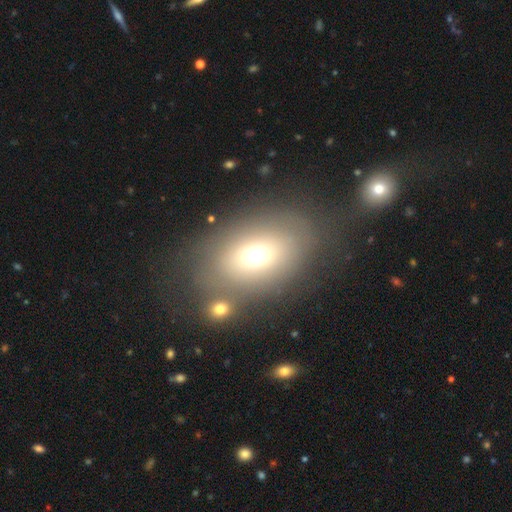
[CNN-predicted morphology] Smooth or featured? Predicted: smooth (p=0.66). How rounded? Predicted: in between (p=0.78). Merging? Predicted: none (p=0.68).